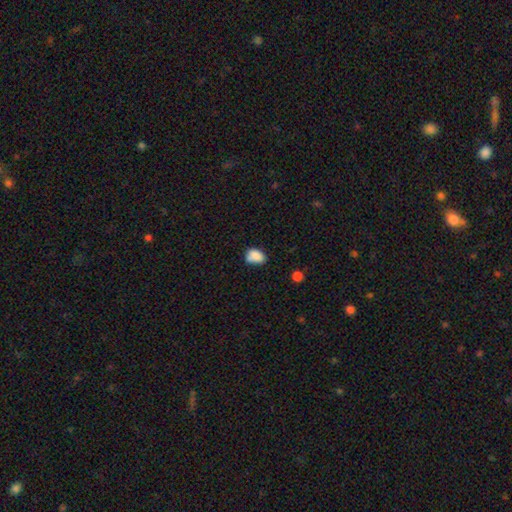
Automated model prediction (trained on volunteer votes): Smooth or featured? smooth (83%)
How rounded? in between (76%)
Merging? none (53%)